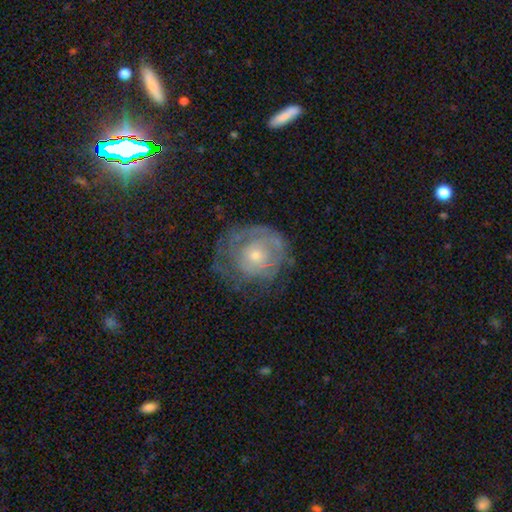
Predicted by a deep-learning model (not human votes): smooth-or-featured: featured or disk: 61% | smooth: 32% | star or artifact: 7%
  disk-edge-on: no: 97% | yes: 3%
    bar: no: 84% | weak: 14% | strong: 2%
    has-spiral-arms: yes: 58% | no: 42%
    bulge-size: small: 48% | moderate: 45% | large: 3% | none: 2% | dominant: 1%
  merging: none: 53% | minor disturbance: 25% | major disturbance: 21% | merger: 1%